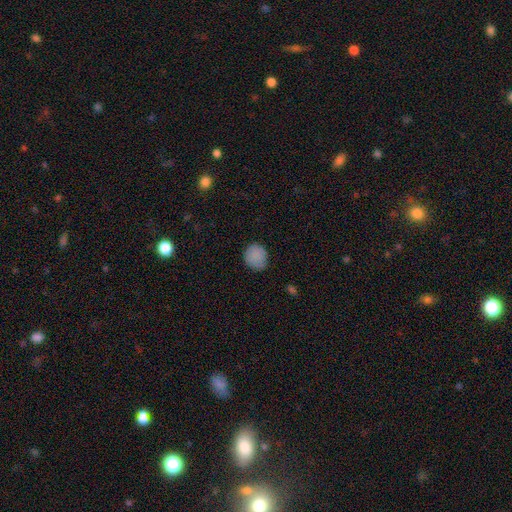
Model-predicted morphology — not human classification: type=smooth (86%); roundness=round (77%); merging=none (78%).